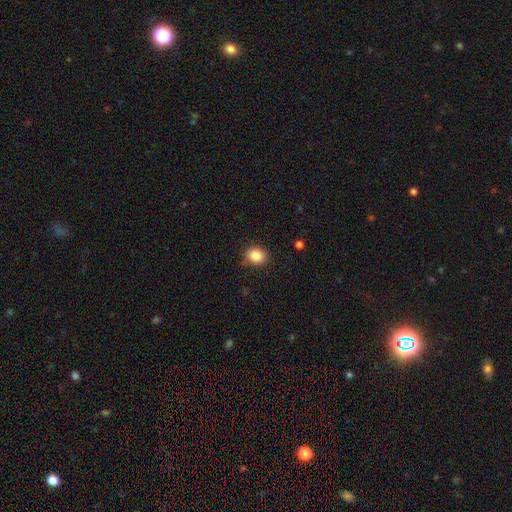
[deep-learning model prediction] A smooth galaxy with no disk features (85%) that is round (54%).

Vote fractions:
- Smooth or featured? smooth: 85% / star or artifact: 10% / featured or disk: 5%
- How rounded? round: 54% / in between: 45% / cigar-shaped: 1%
- Merging? none: 84% / minor disturbance: 12% / major disturbance: 3% / merger: 1%